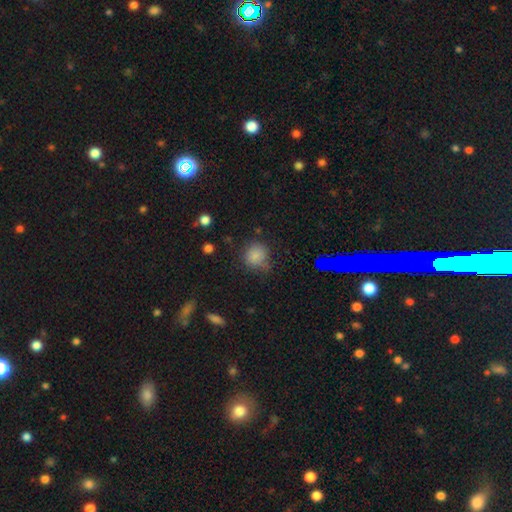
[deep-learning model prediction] Smooth or featured?
  - smooth: 79% *
  - star or artifact: 15%
  - featured or disk: 6%
How rounded?
  - round: 84% *
  - in between: 15%
  - cigar-shaped: 1%
Merging?
  - none: 67% *
  - minor disturbance: 23%
  - major disturbance: 7%
  - merger: 3%